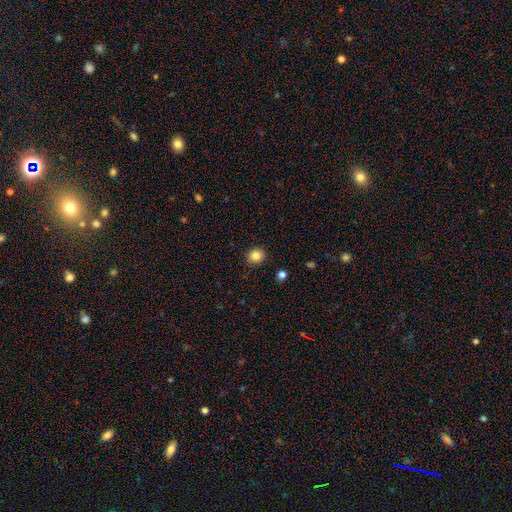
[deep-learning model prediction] smooth 85%, star or artifact 10%, featured or disk 5%. Down the decision tree: how rounded — round (85%); merging — none (91%).